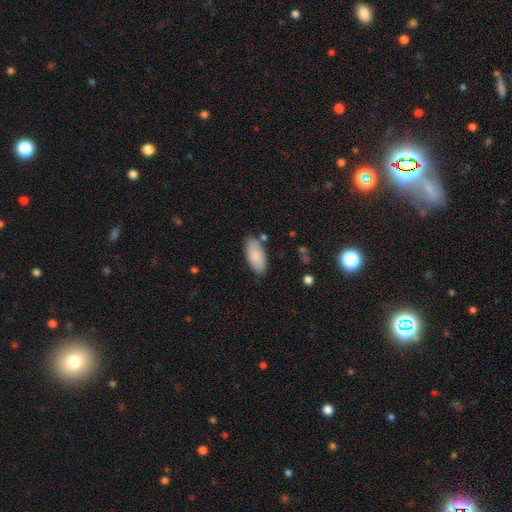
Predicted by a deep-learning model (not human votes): Smooth or featured?
  - smooth: 86% *
  - featured or disk: 8%
  - star or artifact: 6%
How rounded?
  - in between: 91% *
  - cigar-shaped: 7%
  - round: 2%
Merging?
  - none: 80% *
  - minor disturbance: 14%
  - merger: 4%
  - major disturbance: 3%